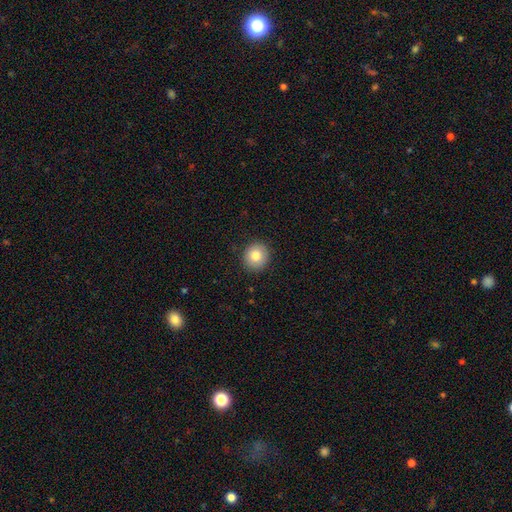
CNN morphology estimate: smooth-or-featured: smooth: 81% | featured or disk: 10% | star or artifact: 9%
  how-rounded: round: 90% | in between: 10% | cigar-shaped: 1%
  merging: none: 91% | minor disturbance: 6% | major disturbance: 2% | merger: 1%